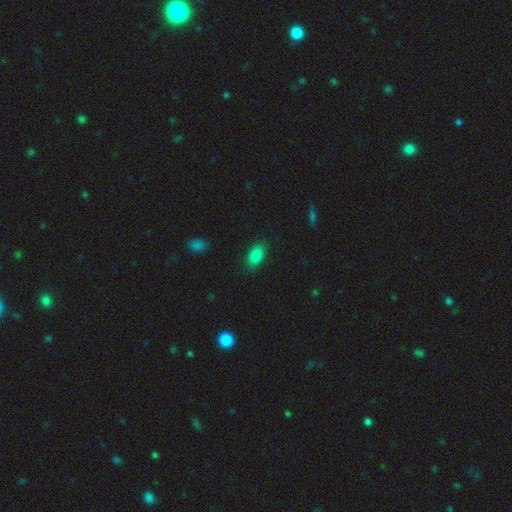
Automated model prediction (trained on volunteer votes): smooth 83%, star or artifact 9%, featured or disk 7%. Down the decision tree: how rounded — in between (88%); merging — none (85%).